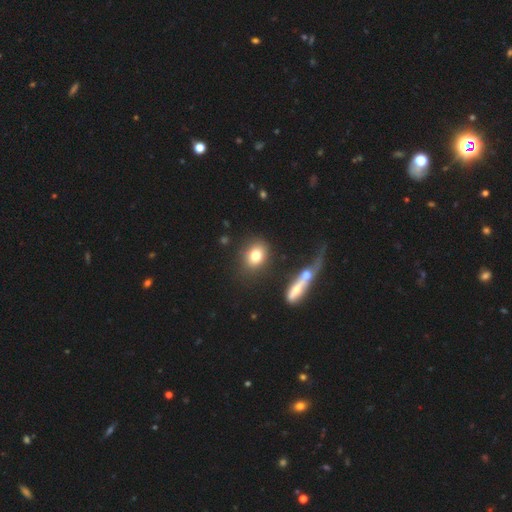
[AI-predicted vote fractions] smooth 79%, featured or disk 11%, star or artifact 10%. Down the decision tree: how rounded — round (51%); merging — none (77%).